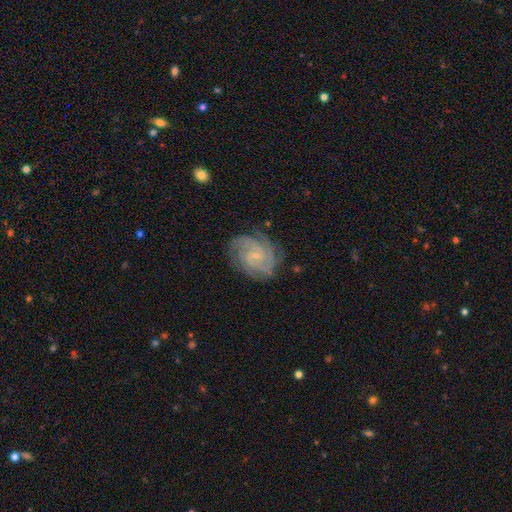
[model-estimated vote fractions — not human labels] This is clearly a featured or disk galaxy (86%). It is clearly not viewed edge-on (98%). Bar: possibly no (48%). Spiral arm pattern: clearly yes (97%). Spiral arm count: marginally 3 (27%). Spiral winding: likely tight (64%). Central bulge: likely small (76%). Merging: likely none (78%).